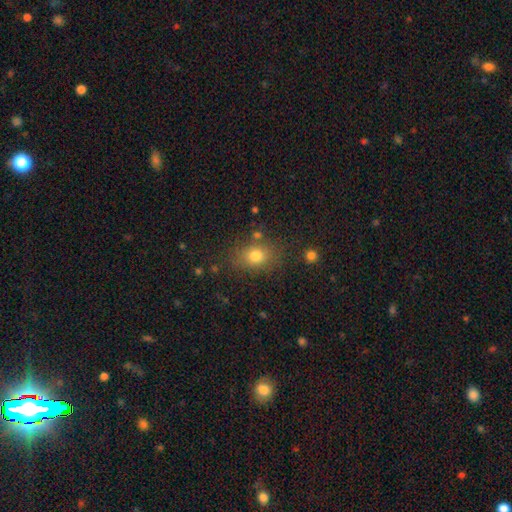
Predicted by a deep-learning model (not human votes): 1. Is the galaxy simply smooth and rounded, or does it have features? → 78% smooth, 13% star or artifact, 9% featured or disk.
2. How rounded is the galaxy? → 54% in between, 45% round, 1% cigar-shaped.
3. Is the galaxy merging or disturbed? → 76% none, 14% minor disturbance, 5% major disturbance, 5% merger.